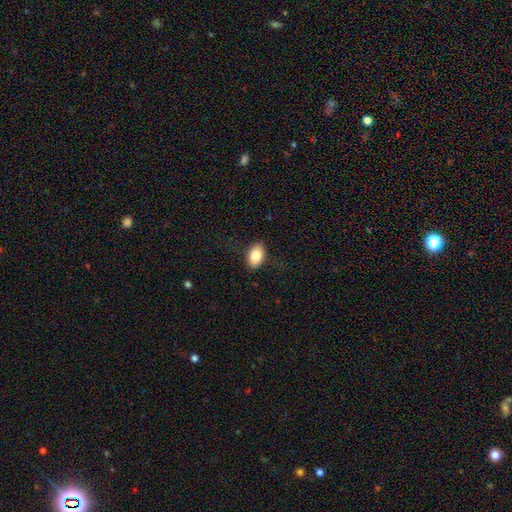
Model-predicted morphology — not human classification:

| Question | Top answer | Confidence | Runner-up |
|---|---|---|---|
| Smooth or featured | smooth | 82% | featured or disk (11%) |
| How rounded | in between | 91% | round (8%) |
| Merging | none | 87% | minor disturbance (10%) |